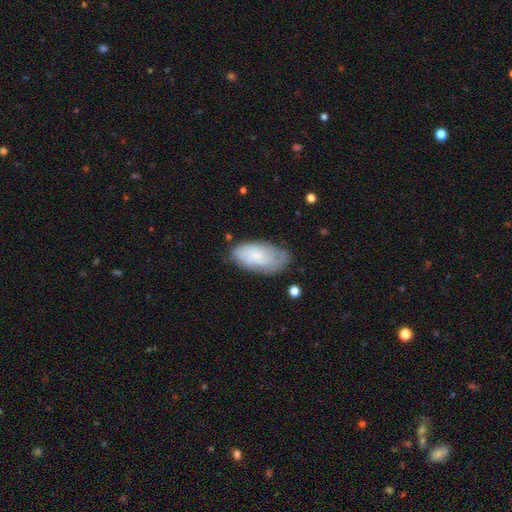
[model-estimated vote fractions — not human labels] A smooth galaxy with no disk features (67%) that is in between round and cigar-shaped (93%).

Vote fractions:
- Smooth or featured? smooth: 67% / featured or disk: 26% / star or artifact: 7%
- How rounded? in between: 93% / cigar-shaped: 4% / round: 2%
- Merging? none: 60% / minor disturbance: 28% / major disturbance: 9% / merger: 2%